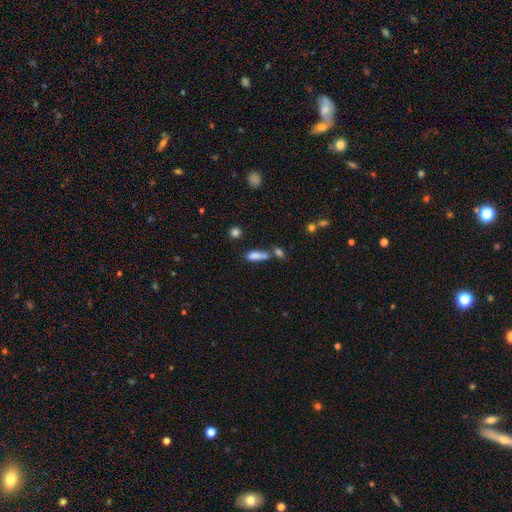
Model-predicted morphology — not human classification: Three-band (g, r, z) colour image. It shows a smooth galaxy with no disk features (77%) that is in between round and cigar-shaped (60%). Merging: merger (46%).